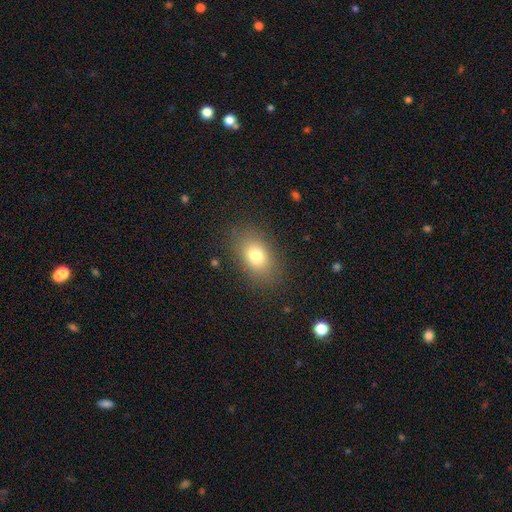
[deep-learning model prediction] smooth-or-featured: smooth: 77% | featured or disk: 12% | star or artifact: 11%
  how-rounded: in between: 81% | round: 17% | cigar-shaped: 2%
  merging: none: 84% | minor disturbance: 10% | major disturbance: 4% | merger: 1%